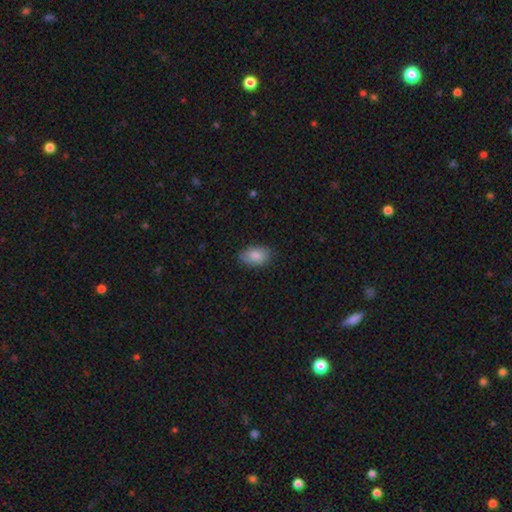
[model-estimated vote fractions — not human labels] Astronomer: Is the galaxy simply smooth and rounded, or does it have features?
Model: smooth — 83%.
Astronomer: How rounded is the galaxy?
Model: in between — 90%.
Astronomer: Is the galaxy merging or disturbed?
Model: none — 79%.